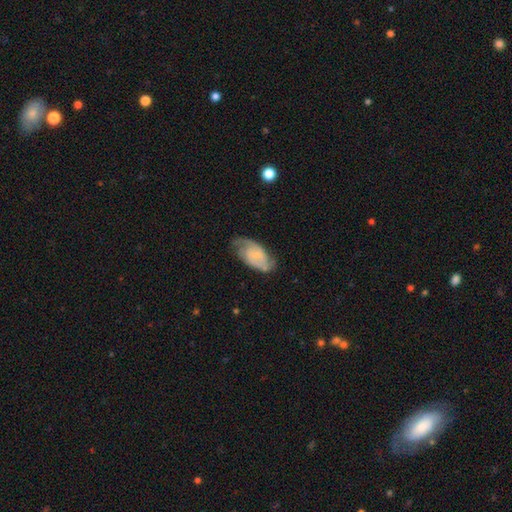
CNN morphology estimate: Smooth or featured? Predicted: featured or disk (p=0.73). Edge-on disk? Predicted: no (p=0.96). Bar? Predicted: no (p=0.52). Spiral arms? Predicted: yes (p=0.94). Spiral winding? Predicted: medium (p=0.46). Spiral arm count? Predicted: 2 (p=0.78). Bulge size? Predicted: small (p=0.51). Merging? Predicted: none (p=0.64).